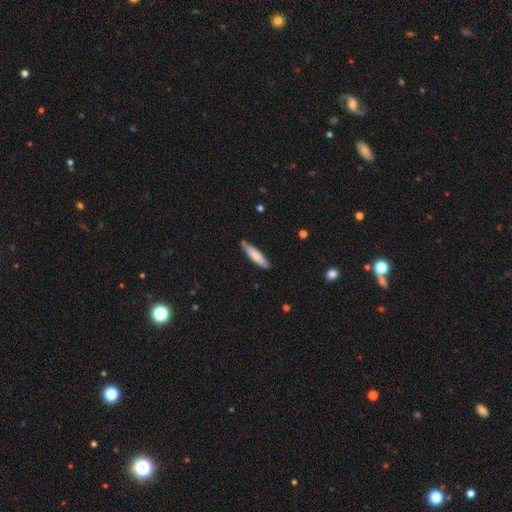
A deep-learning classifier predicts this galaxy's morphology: smooth-or-featured: smooth: 73% | featured or disk: 21% | star or artifact: 5%
  how-rounded: cigar-shaped: 81% | in between: 18% | round: 1%
  merging: none: 82% | minor disturbance: 14% | merger: 2% | major disturbance: 2%